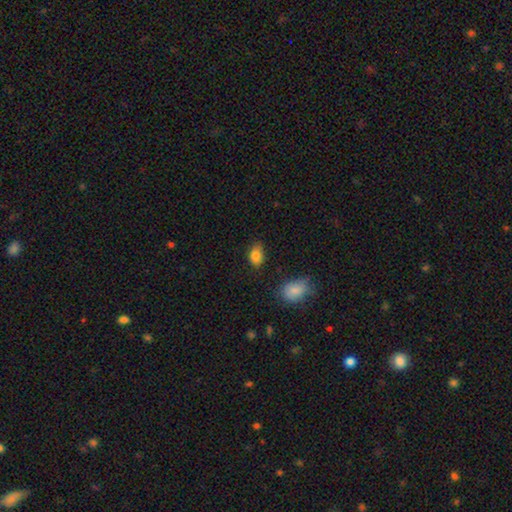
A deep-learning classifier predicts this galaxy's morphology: A smooth galaxy with no disk features (85%) that is in between round and cigar-shaped (80%). Merging: none (74%).